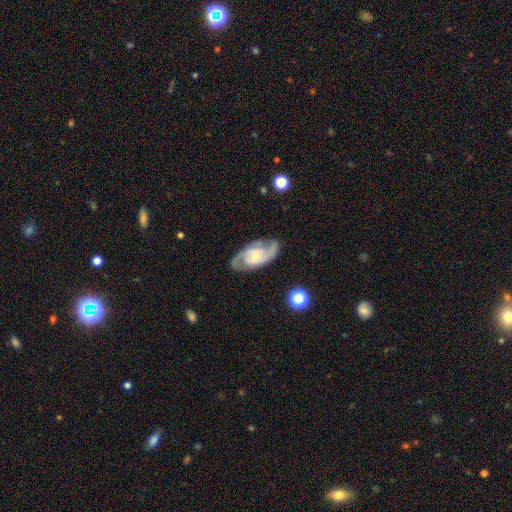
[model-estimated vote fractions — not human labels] The model was most divided on "bar": no: 51%, weak: 37%, strong: 12%. More confident: edge-on disk — no (94%); spiral arms — yes (94%); spiral arm count — 2 (84%); smooth or featured — featured or disk (83%); merging — none (77%); bulge size — small (57%); spiral winding — medium (50%).